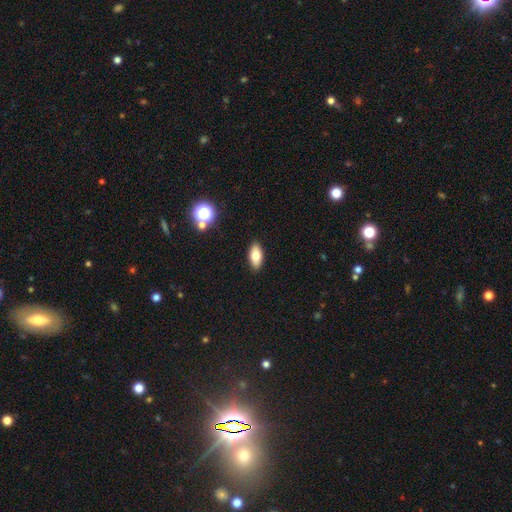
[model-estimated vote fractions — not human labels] smooth_or_featured: smooth (p=0.76) [alt: featured or disk p=0.15]
how_rounded: in between (p=0.86) [alt: cigar-shaped p=0.11]
merging: none (p=0.89) [alt: minor disturbance p=0.08]